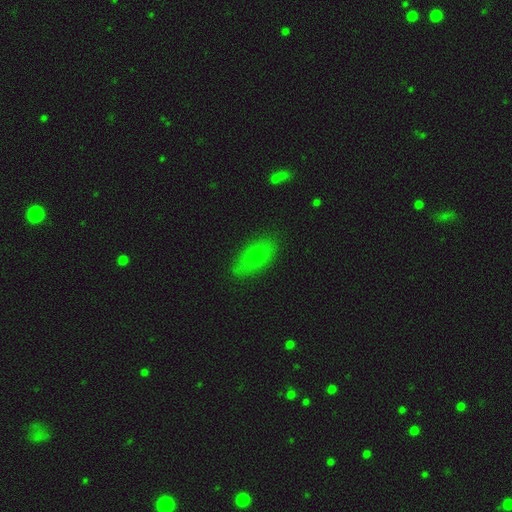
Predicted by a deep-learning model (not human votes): Morphology: type=smooth (69%); roundness=in between (88%); merging=none (81%).